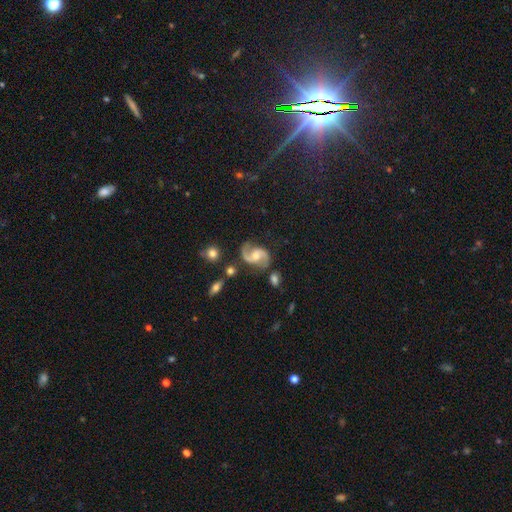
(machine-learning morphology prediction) Smooth or featured? featured or disk (90%)
Edge-on disk? no (98%)
Bar? no (53%)
Spiral arms? yes (98%)
Spiral winding? medium (53%)
Spiral arm count? 2 (94%)
Bulge size? moderate (62%)
Merging? none (76%)